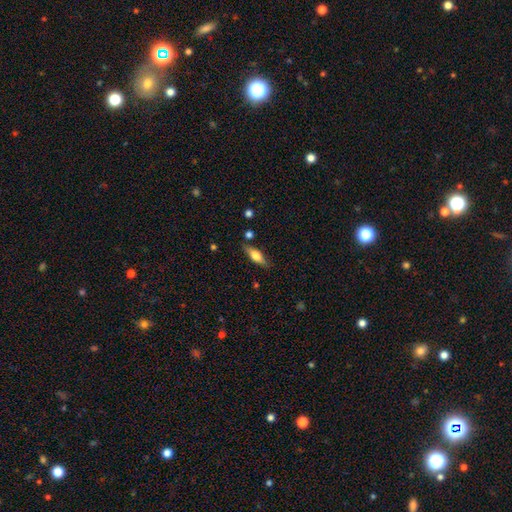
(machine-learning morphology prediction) Q: Smooth or featured?
A: featured or disk (50%); runner-up: smooth (43%)
Q: Edge-on disk?
A: yes (92%); runner-up: no (8%)
Q: Merging?
A: none (81%); runner-up: minor disturbance (13%)